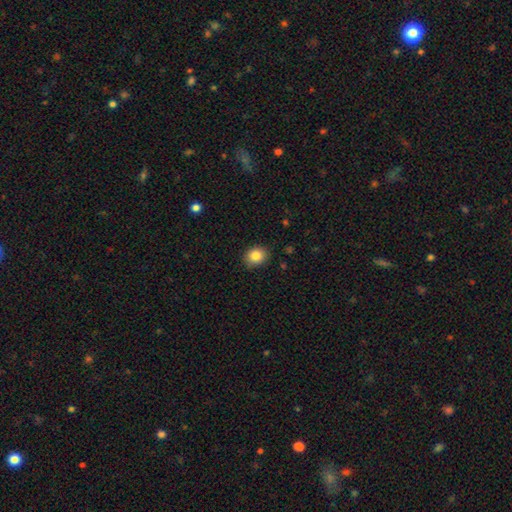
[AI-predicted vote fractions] The model was most divided on "how rounded": round: 58%, in between: 41%, cigar-shaped: 1%. More confident: merging — none (86%); smooth or featured — smooth (84%).